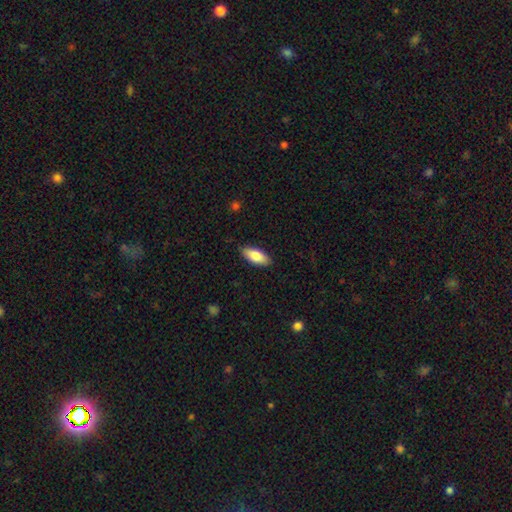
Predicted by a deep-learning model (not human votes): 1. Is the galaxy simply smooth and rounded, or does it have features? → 82% smooth, 12% featured or disk, 6% star or artifact.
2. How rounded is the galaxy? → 83% in between, 15% cigar-shaped, 2% round.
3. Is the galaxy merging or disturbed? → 86% none, 11% minor disturbance, 2% major disturbance, 1% merger.